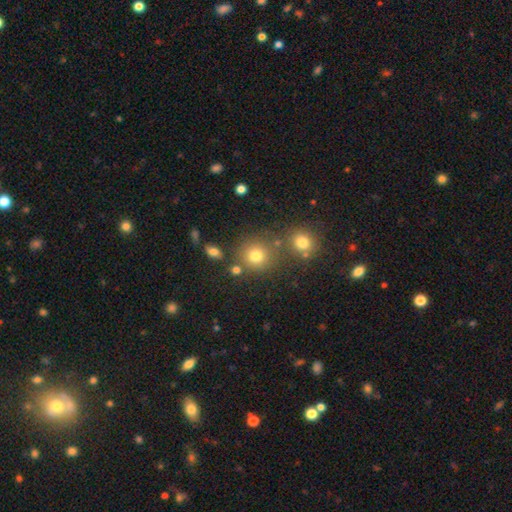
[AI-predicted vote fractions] Morphology: type=smooth (77%); roundness=round (89%); merging=none (75%).